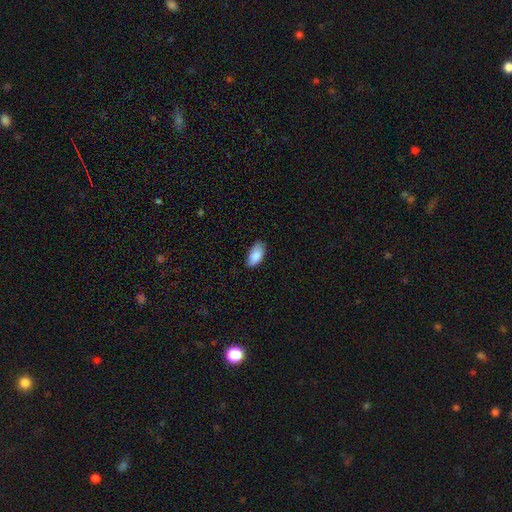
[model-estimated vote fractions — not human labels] smooth 88%, star or artifact 6%, featured or disk 6%. Down the decision tree: how rounded — in between (94%); merging — none (78%).